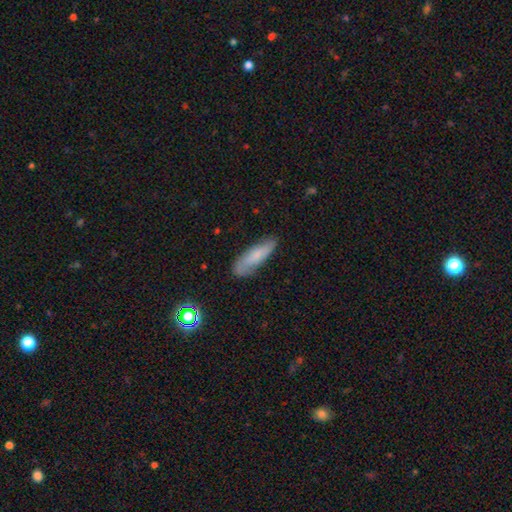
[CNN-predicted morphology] type=smooth (67%); roundness=cigar-shaped (58%); merging=none (73%).